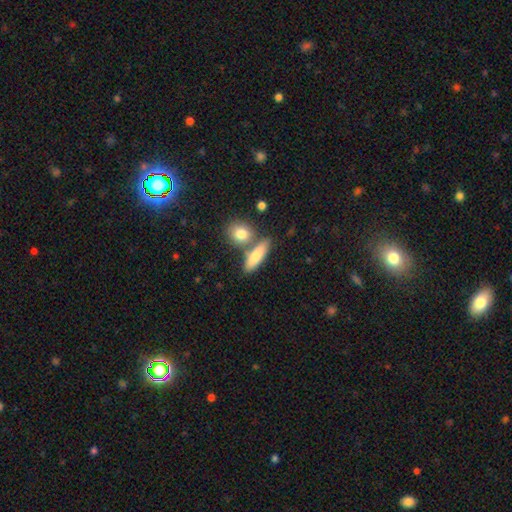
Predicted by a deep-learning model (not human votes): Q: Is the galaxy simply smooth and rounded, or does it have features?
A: smooth — 77%.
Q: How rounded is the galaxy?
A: in between — 47%.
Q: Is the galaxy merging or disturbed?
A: none — 62%.